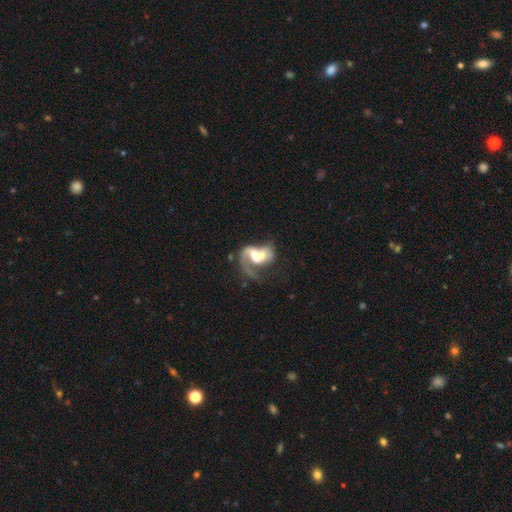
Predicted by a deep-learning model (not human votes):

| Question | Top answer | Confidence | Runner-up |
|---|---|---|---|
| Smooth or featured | featured or disk | 72% | smooth (21%) |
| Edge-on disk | no | 97% | yes (3%) |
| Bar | no | 51% | weak (36%) |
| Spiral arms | yes | 83% | no (17%) |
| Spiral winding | loose | 51% | medium (35%) |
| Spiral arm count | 1 | 54% | 2 (35%) |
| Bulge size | moderate | 50% | large (24%) |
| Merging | merger | 46% | major disturbance (26%) |